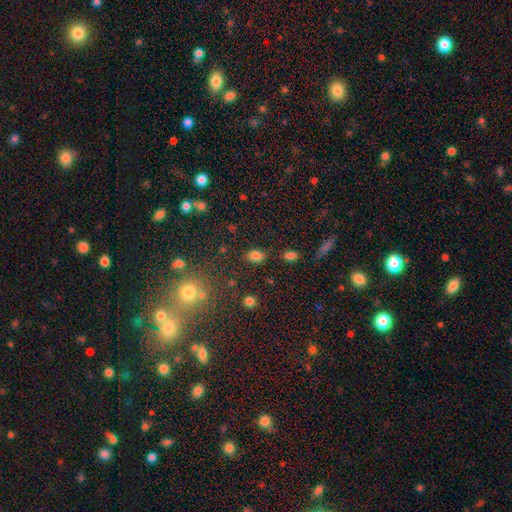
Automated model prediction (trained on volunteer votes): This is clearly a smooth galaxy (81%). How rounded: likely in between (74%). Merging: clearly none (81%).